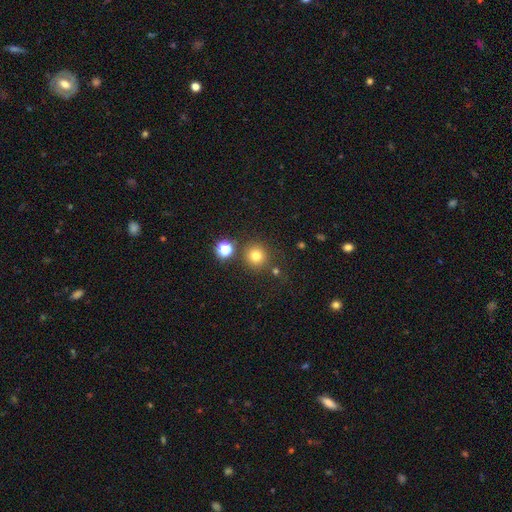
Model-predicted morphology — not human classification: A smooth galaxy with no disk features (76%) that is round (93%).

Vote fractions:
- Smooth or featured? smooth: 76% / star or artifact: 17% / featured or disk: 8%
- How rounded? round: 93% / in between: 6% / cigar-shaped: 1%
- Merging? none: 81% / minor disturbance: 8% / merger: 7% / major disturbance: 4%